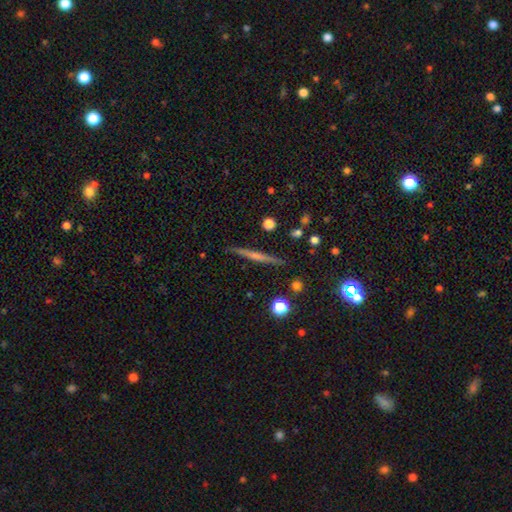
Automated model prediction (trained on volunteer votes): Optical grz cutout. It shows a featured or disk galaxy (59%) viewed edge-on (98%) with no central bulge (54%). Merging: none (91%).